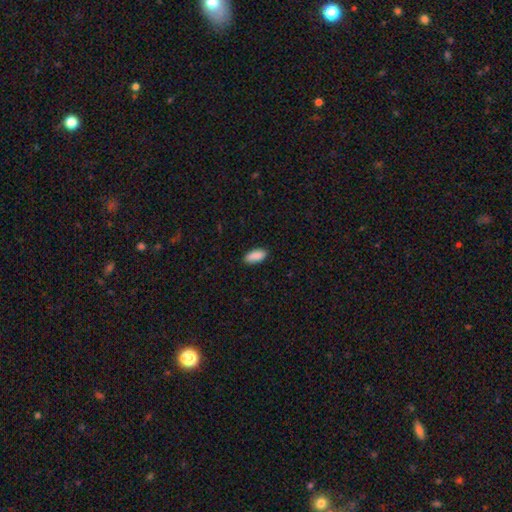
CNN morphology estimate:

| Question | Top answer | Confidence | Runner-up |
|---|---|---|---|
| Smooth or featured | smooth | 90% | star or artifact (6%) |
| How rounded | in between | 87% | cigar-shaped (11%) |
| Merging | none | 88% | minor disturbance (9%) |